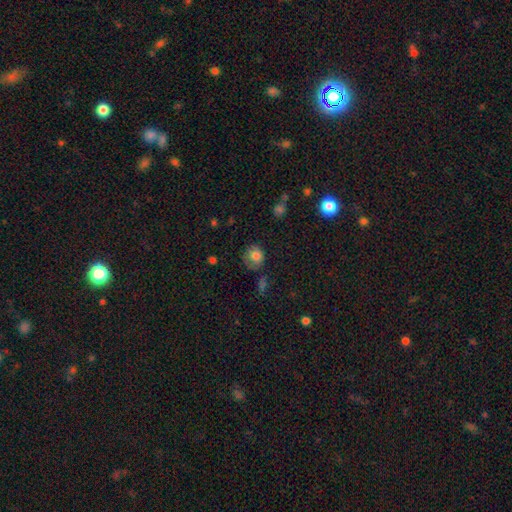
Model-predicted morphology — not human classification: This is likely a smooth galaxy (80%). How rounded: likely round (75%). Merging: possibly none (58%).